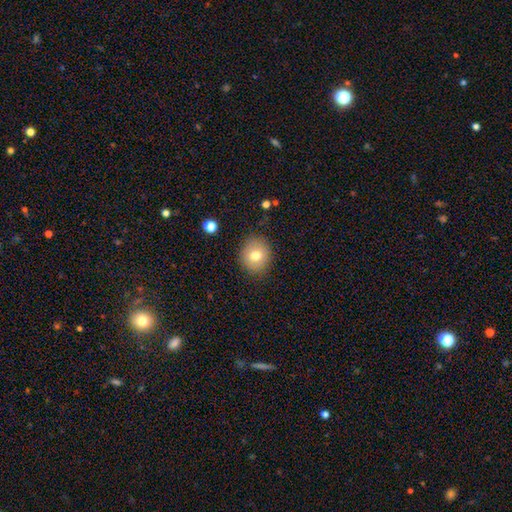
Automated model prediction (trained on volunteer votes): This is likely a smooth galaxy (75%). How rounded: likely round (77%). Merging: clearly none (86%).